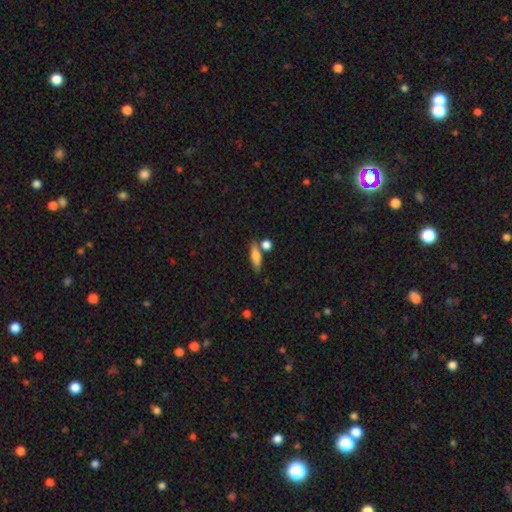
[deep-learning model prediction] smooth_or_featured: smooth (p=0.76) [alt: featured or disk p=0.16]
how_rounded: in between (p=0.48) [alt: cigar-shaped p=0.47]
merging: none (p=0.64) [alt: merger p=0.18]